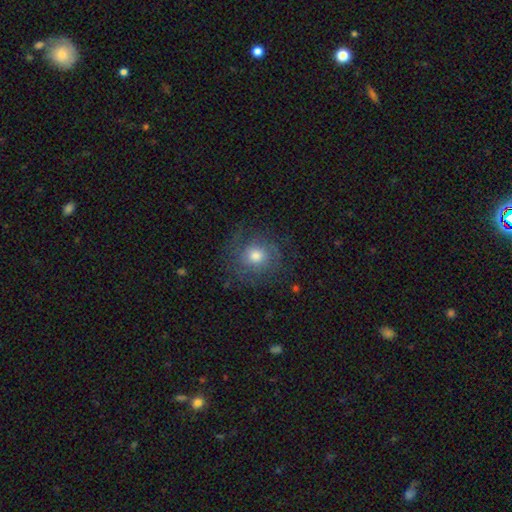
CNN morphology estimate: smooth 45%, featured or disk 41%, star or artifact 14%. Down the decision tree: merging — none (75%).